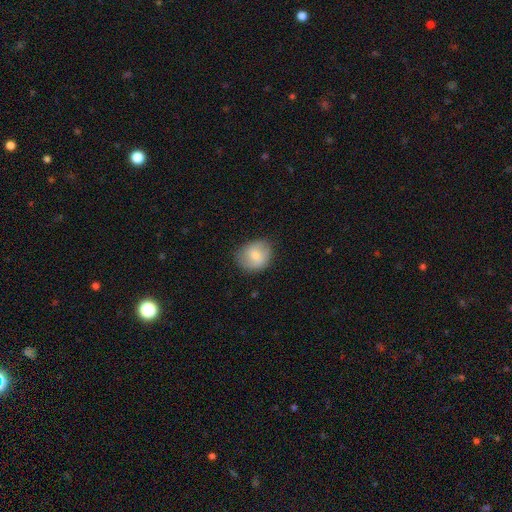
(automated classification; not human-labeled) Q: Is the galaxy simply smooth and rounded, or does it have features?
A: smooth — 67%.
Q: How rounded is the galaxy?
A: round — 70%.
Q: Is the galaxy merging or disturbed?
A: none — 77%.